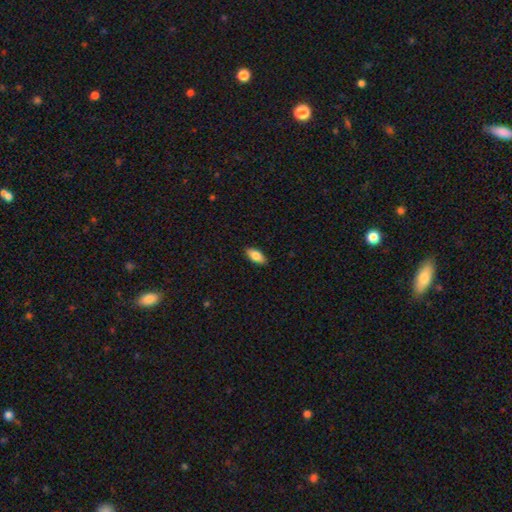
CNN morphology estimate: smooth_or_featured: smooth (p=0.81) [alt: featured or disk p=0.12]
how_rounded: in between (p=0.87) [alt: cigar-shaped p=0.11]
merging: none (p=0.89) [alt: minor disturbance p=0.08]